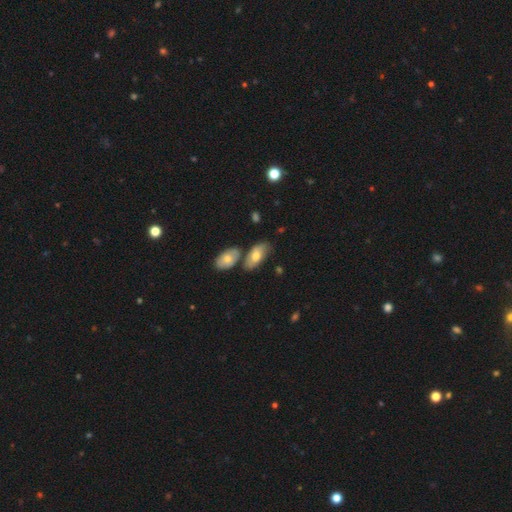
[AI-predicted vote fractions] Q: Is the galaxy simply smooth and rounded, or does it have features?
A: smooth — 66%.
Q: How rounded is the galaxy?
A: in between — 91%.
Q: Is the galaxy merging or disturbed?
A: none — 52%.